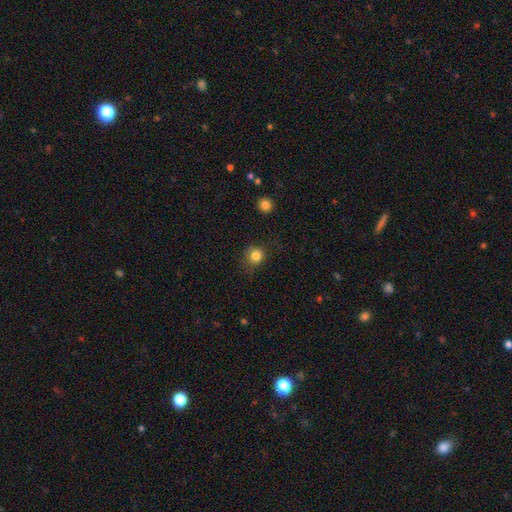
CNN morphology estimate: A smooth galaxy with no disk features (82%) that is round (87%).

Vote fractions:
- Smooth or featured? smooth: 82% / star or artifact: 12% / featured or disk: 5%
- How rounded? round: 87% / in between: 12% / cigar-shaped: 1%
- Merging? none: 75% / minor disturbance: 17% / major disturbance: 6% / merger: 2%